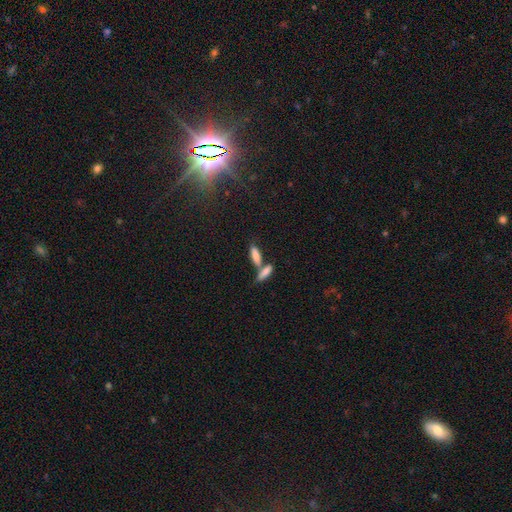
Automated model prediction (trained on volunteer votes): smooth_or_featured: smooth (p=0.77) [alt: featured or disk p=0.14]
how_rounded: in between (p=0.54) [alt: cigar-shaped p=0.43]
merging: merger (p=0.49) [alt: none p=0.39]